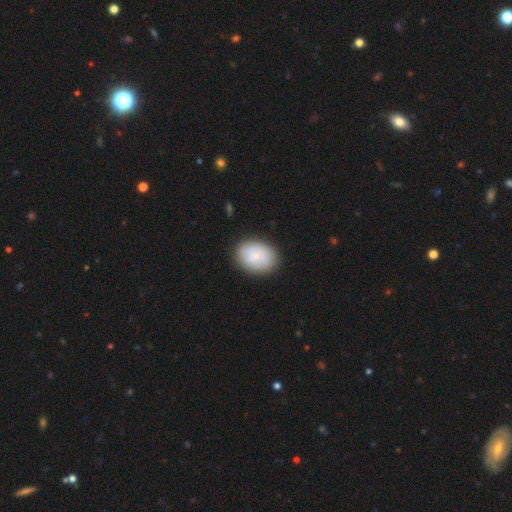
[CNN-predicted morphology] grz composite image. It shows a smooth galaxy with no disk features (77%) that is in between round and cigar-shaped (68%). Merging: none (85%).